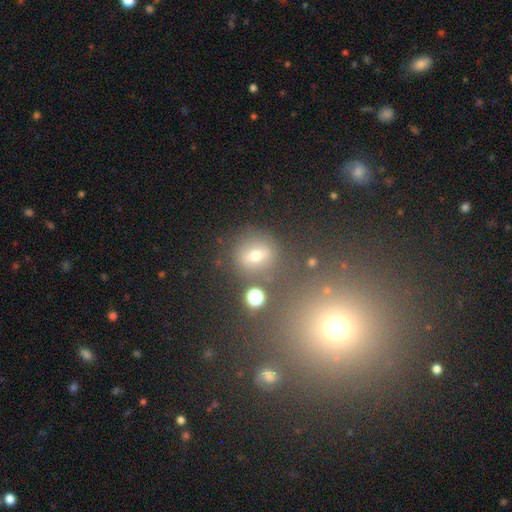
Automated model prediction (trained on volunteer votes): Smooth or featured?
  - smooth: 56% *
  - star or artifact: 27%
  - featured or disk: 17%
How rounded?
  - round: 76% *
  - in between: 23%
  - cigar-shaped: 2%
Merging?
  - none: 78% *
  - minor disturbance: 10%
  - merger: 7%
  - major disturbance: 5%